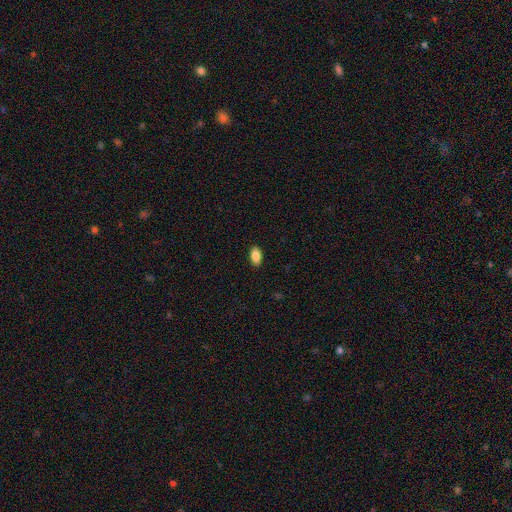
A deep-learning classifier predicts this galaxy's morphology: smooth_or_featured: smooth (p=0.88) [alt: star or artifact p=0.08]
how_rounded: in between (p=0.93) [alt: round p=0.05]
merging: none (p=0.90) [alt: minor disturbance p=0.08]